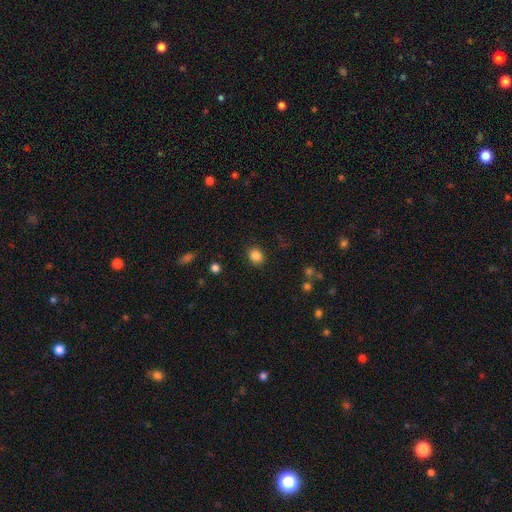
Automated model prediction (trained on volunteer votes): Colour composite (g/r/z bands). It shows a smooth galaxy with no disk features (85%) that is round (64%). Merging: none (88%).